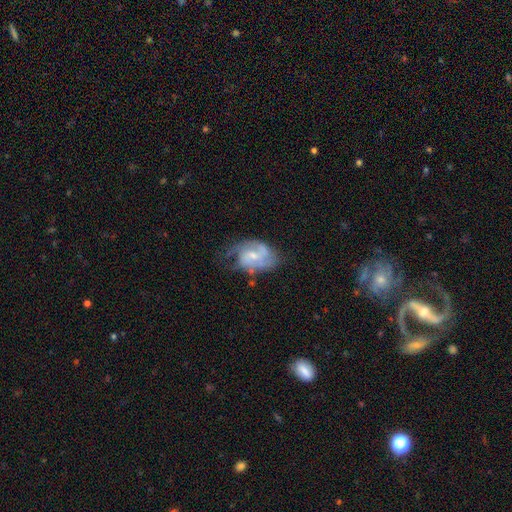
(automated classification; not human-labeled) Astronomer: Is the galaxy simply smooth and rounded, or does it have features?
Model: featured or disk — 74%.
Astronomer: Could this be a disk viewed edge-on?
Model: no — 97%.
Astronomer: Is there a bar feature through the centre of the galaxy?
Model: no — 46%, tied with weak at 46%.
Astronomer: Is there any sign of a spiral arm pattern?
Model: yes — 89%.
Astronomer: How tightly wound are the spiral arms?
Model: medium — 46% (runner-up: tight, 33%).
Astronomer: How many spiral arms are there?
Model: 2 — 58%.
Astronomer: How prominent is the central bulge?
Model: small — 53% (runner-up: moderate, 38%).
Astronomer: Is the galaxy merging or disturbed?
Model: none — 49% (runner-up: minor disturbance, 29%).